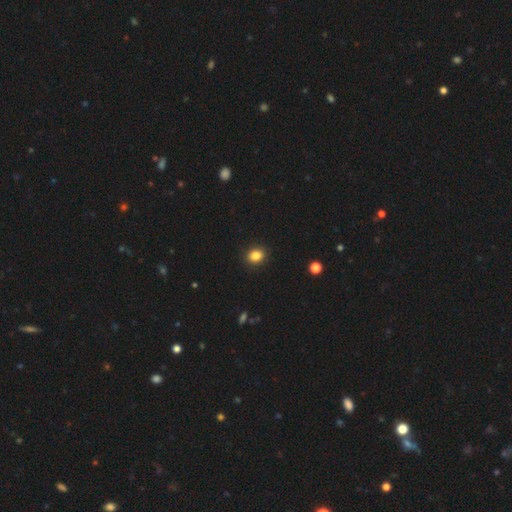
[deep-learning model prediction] A smooth galaxy with no disk features (85%) that is round (62%). Merging: none (90%).